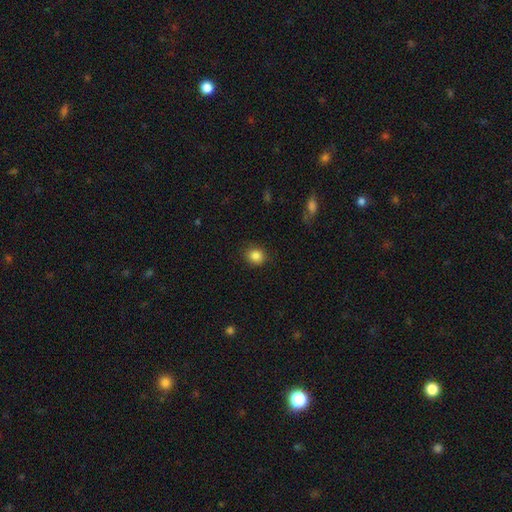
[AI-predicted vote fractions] smooth-or-featured: smooth: 86% | star or artifact: 10% | featured or disk: 4%
  how-rounded: round: 76% | in between: 23% | cigar-shaped: 1%
  merging: none: 86% | minor disturbance: 10% | major disturbance: 3% | merger: 1%